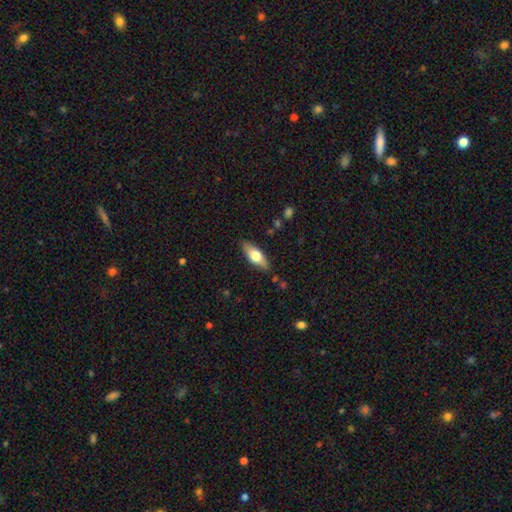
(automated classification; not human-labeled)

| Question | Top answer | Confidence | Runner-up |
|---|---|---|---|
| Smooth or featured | smooth | 58% | featured or disk (36%) |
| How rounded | in between | 67% | cigar-shaped (30%) |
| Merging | none | 86% | minor disturbance (11%) |